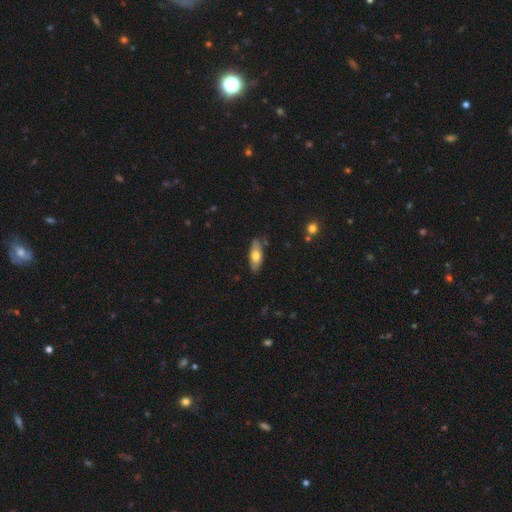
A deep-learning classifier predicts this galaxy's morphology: Smooth or featured? Predicted: smooth (p=0.65). How rounded? Predicted: in between (p=0.77). Merging? Predicted: none (p=0.79).